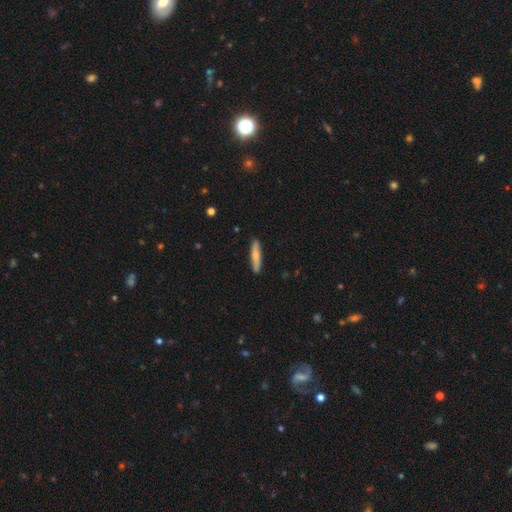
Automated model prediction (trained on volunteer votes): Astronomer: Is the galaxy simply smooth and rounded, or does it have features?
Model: smooth — 67%.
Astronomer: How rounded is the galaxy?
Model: cigar-shaped — 89%.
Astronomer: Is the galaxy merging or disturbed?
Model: none — 89%.